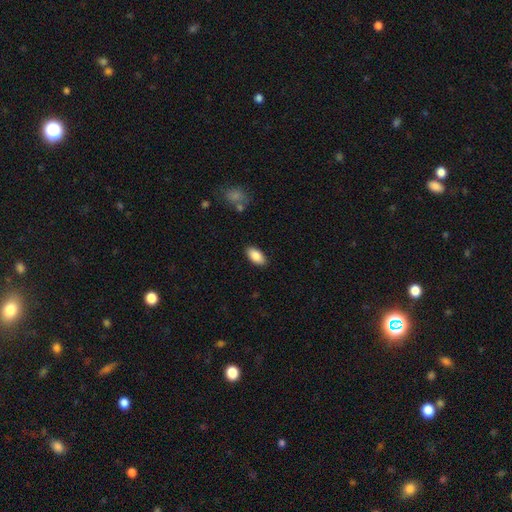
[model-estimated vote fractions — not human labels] smooth-or-featured: smooth: 87% | star or artifact: 7% | featured or disk: 6%
  how-rounded: in between: 93% | cigar-shaped: 5% | round: 3%
  merging: none: 87% | minor disturbance: 9% | major disturbance: 2% | merger: 1%